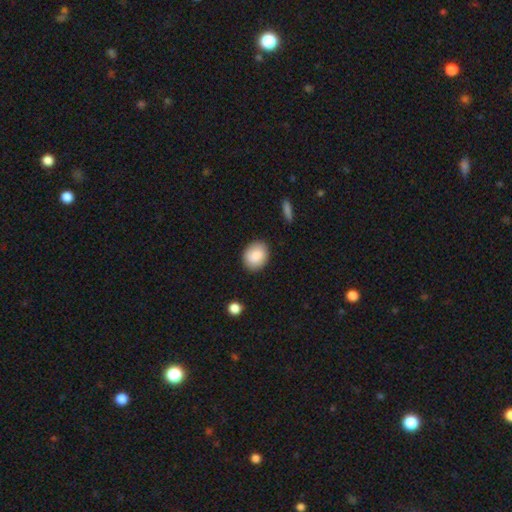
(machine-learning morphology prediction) This appears to be a smooth galaxy with no disk features (87%) that is in between round and cigar-shaped (52%). Merging: none (87%).